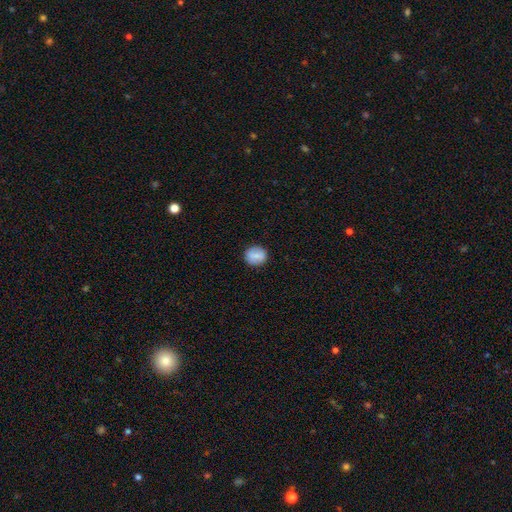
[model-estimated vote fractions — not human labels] The model was most divided on "smooth or featured": smooth: 74%, featured or disk: 18%, star or artifact: 8%. More confident: merging — none (88%); how rounded — round (78%).